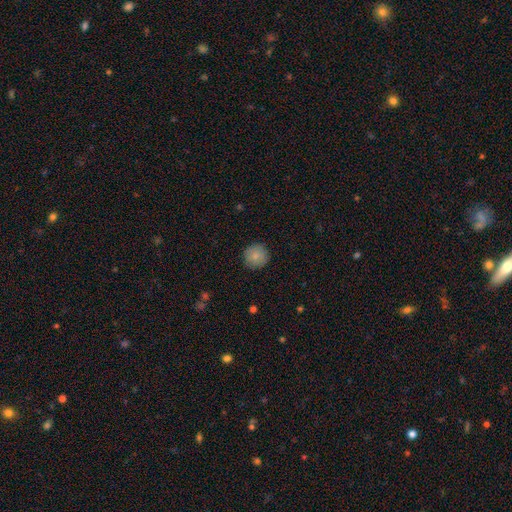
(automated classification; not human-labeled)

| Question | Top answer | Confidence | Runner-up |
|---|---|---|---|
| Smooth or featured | smooth | 84% | featured or disk (9%) |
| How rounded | round | 94% | in between (5%) |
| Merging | none | 89% | minor disturbance (8%) |